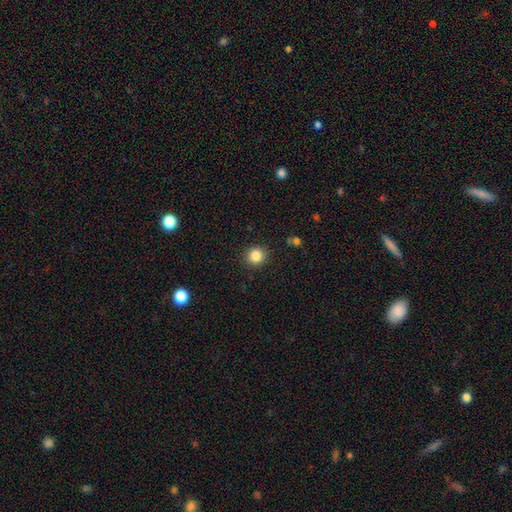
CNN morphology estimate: Q: Smooth or featured?
A: smooth (84%); runner-up: star or artifact (11%)
Q: How rounded?
A: round (91%); runner-up: in between (8%)
Q: Merging?
A: none (91%); runner-up: minor disturbance (6%)